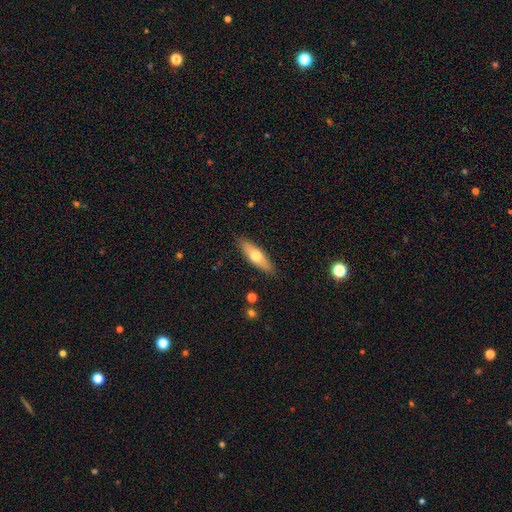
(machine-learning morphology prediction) smooth 58%, featured or disk 36%, star or artifact 6%. Down the decision tree: how rounded — cigar-shaped (50%); merging — none (88%).